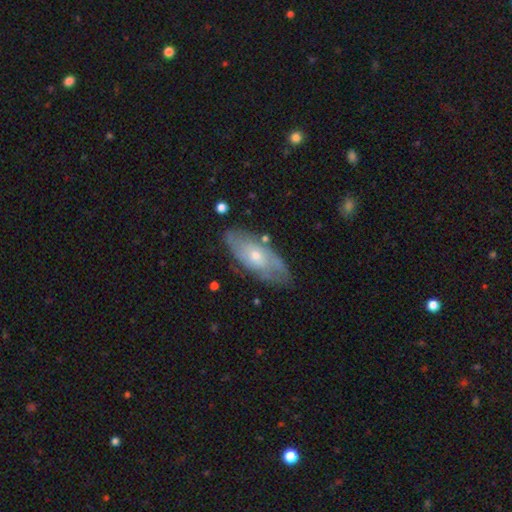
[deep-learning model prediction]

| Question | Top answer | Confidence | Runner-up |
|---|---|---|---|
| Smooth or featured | featured or disk | 62% | smooth (32%) |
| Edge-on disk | no | 85% | yes (15%) |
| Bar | no | 79% | weak (18%) |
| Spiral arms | yes | 69% | no (31%) |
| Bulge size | small | 59% | moderate (37%) |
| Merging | none | 72% | minor disturbance (20%) |